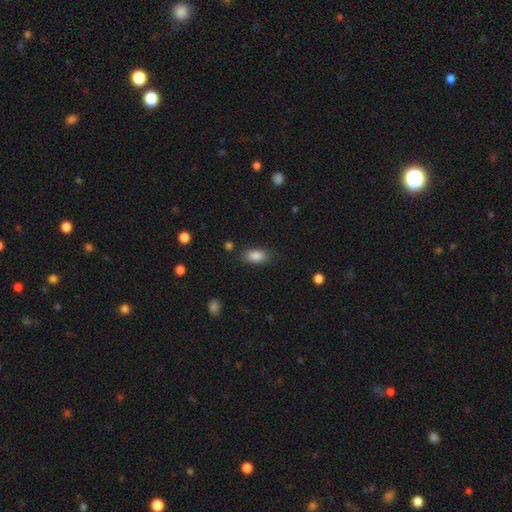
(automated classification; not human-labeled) This is clearly a smooth galaxy (85%). How rounded: clearly in between (89%). Merging: clearly none (83%).